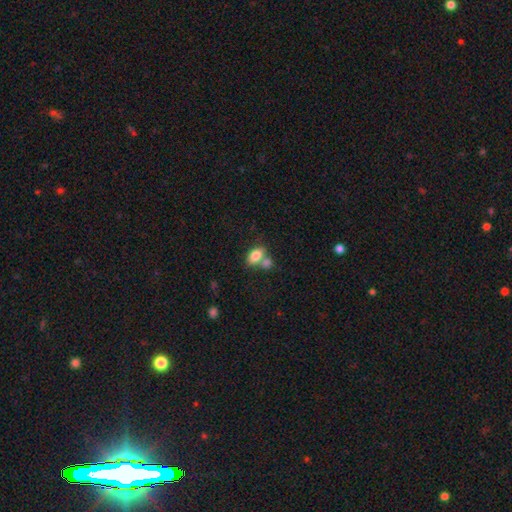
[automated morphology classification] Smooth or featured?
  - smooth: 81% *
  - featured or disk: 11%
  - star or artifact: 8%
How rounded?
  - in between: 87% *
  - round: 10%
  - cigar-shaped: 3%
Merging?
  - none: 43% *
  - merger: 42%
  - minor disturbance: 11%
  - major disturbance: 4%